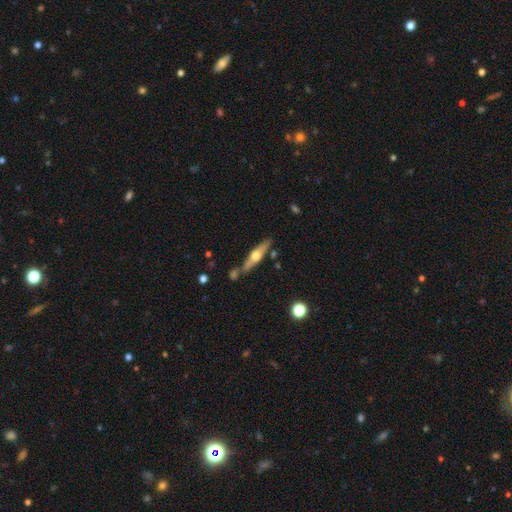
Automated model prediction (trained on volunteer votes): Q: Smooth or featured?
A: featured or disk (61%); runner-up: smooth (33%)
Q: Edge-on disk?
A: yes (93%); runner-up: no (7%)
Q: Edge-on bulge?
A: rounded (93%); runner-up: none (3%)
Q: Merging?
A: none (73%); runner-up: minor disturbance (14%)